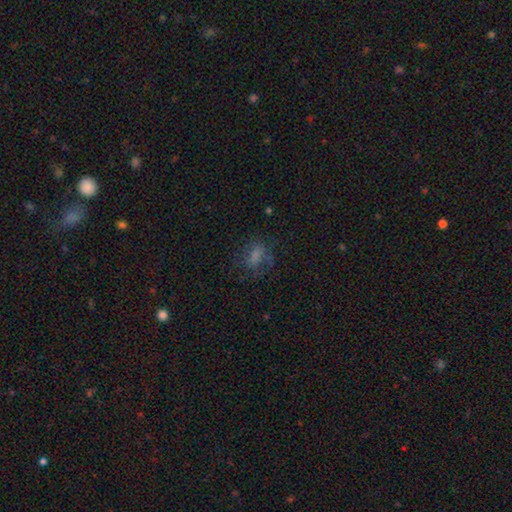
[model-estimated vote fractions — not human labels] This appears to be a smooth galaxy with no disk features (62%) that is in between round and cigar-shaped (73%). Merging: none (52%).